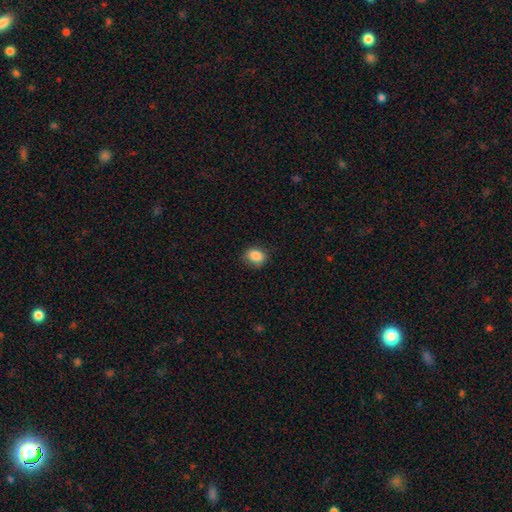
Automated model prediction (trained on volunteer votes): This is clearly a smooth galaxy (87%). How rounded: possibly in between (53%). Merging: likely none (78%).